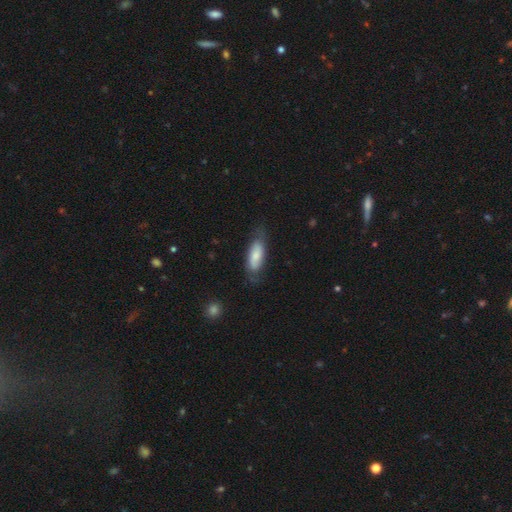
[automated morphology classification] Q: Smooth or featured?
A: smooth (67%); runner-up: featured or disk (27%)
Q: How rounded?
A: in between (72%); runner-up: cigar-shaped (26%)
Q: Merging?
A: none (65%); runner-up: minor disturbance (25%)